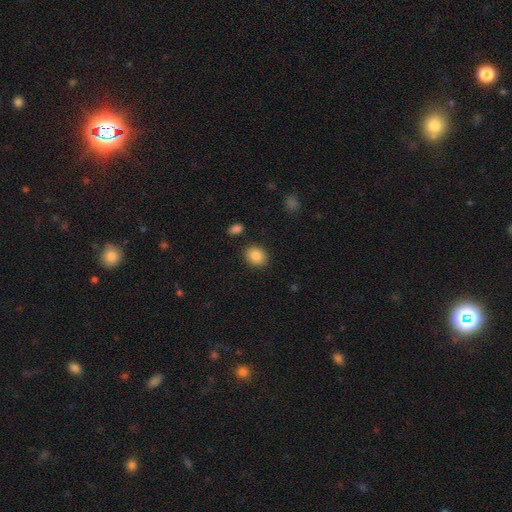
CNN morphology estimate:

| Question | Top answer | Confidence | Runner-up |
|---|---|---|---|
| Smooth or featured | smooth | 86% | star or artifact (8%) |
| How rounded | round | 51% | in between (48%) |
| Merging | none | 86% | minor disturbance (8%) |